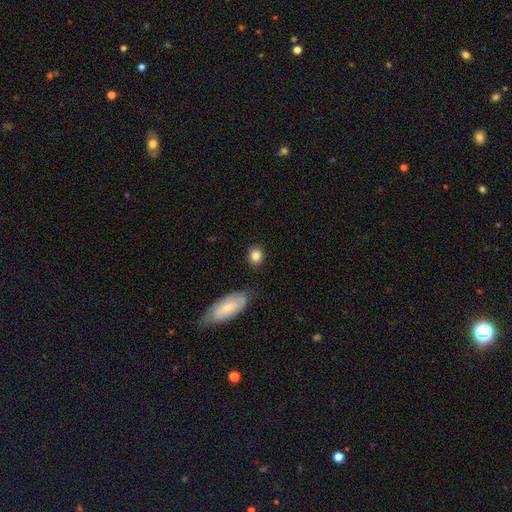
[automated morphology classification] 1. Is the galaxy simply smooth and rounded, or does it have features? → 83% smooth, 9% star or artifact, 8% featured or disk.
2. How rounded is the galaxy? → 66% round, 32% in between, 2% cigar-shaped.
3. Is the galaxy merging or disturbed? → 83% none, 11% minor disturbance, 3% major disturbance, 3% merger.